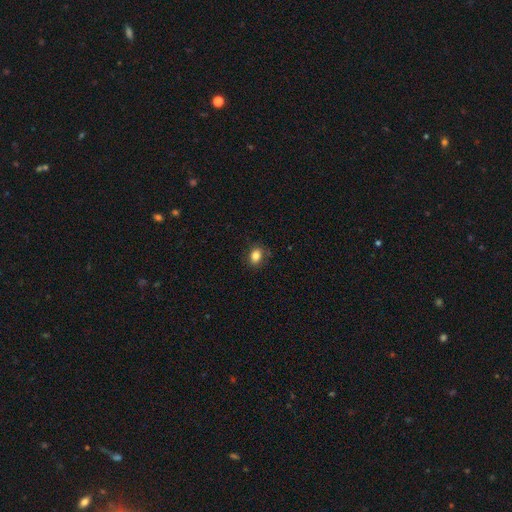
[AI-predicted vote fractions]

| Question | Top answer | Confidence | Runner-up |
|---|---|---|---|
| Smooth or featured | smooth | 83% | star or artifact (10%) |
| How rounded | in between | 68% | round (30%) |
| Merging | none | 82% | minor disturbance (13%) |